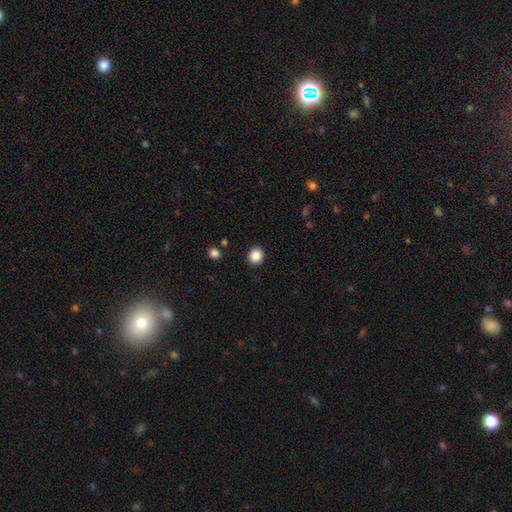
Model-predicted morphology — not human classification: type=smooth (87%); roundness=round (81%); merging=none (91%).